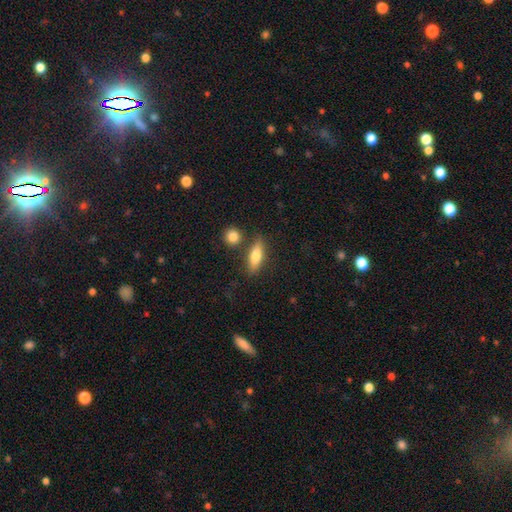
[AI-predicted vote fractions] Smooth or featured: smooth — 72% (featured or disk — 21%)
How rounded: in between — 59% (cigar-shaped — 36%)
Merging: none — 75% (minor disturbance — 12%)